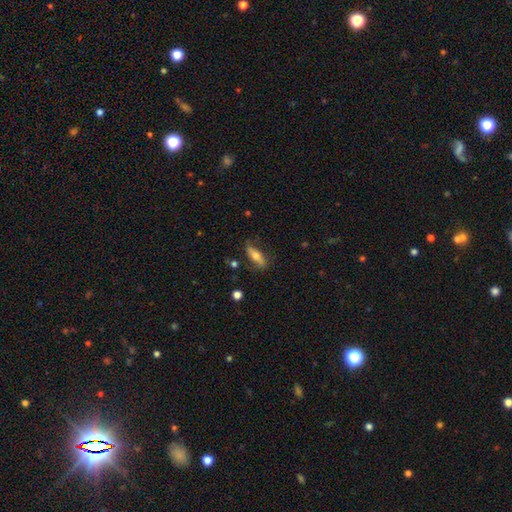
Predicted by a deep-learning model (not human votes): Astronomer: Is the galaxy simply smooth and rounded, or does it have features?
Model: smooth — 62%.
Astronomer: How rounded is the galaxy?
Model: in between — 58% (runner-up: cigar-shaped, 39%).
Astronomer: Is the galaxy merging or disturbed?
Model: none — 75%.